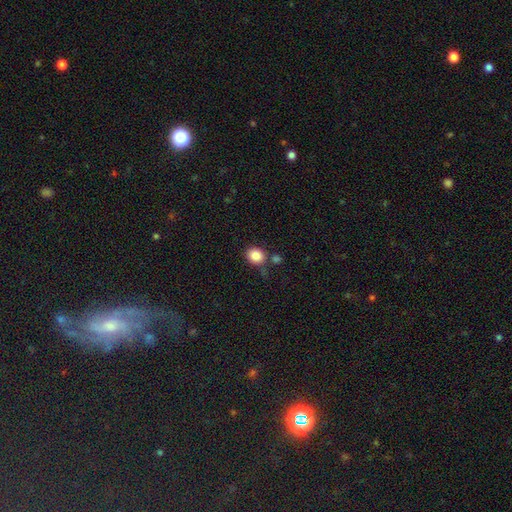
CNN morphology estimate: Overall: smooth (86%). How rounded: round (63%; in between 36%). Merging: none (72%).